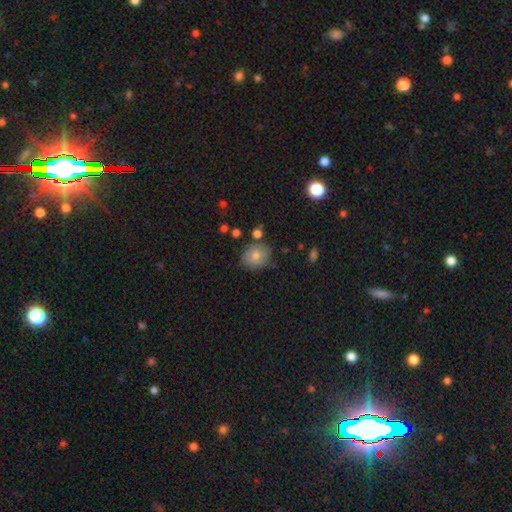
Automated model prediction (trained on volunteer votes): Morphology: type=smooth (72%); roundness=round (69%); merging=none (76%).